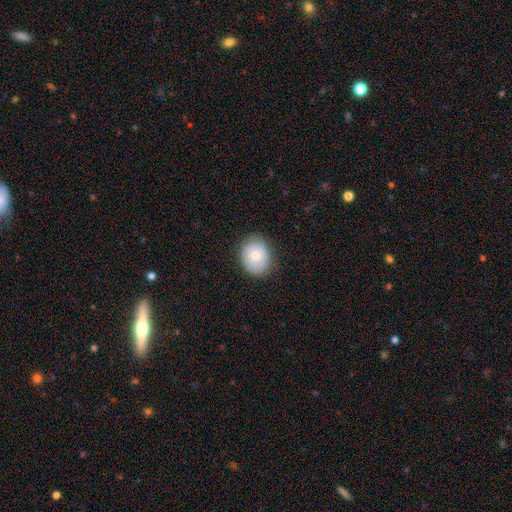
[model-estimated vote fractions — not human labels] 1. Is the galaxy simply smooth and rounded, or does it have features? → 72% smooth, 21% featured or disk, 7% star or artifact.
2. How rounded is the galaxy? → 57% round, 42% in between, 1% cigar-shaped.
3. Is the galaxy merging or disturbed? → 82% none, 14% minor disturbance, 3% major disturbance, 1% merger.